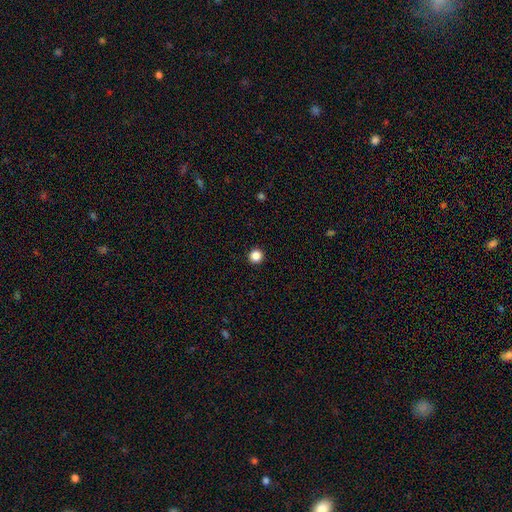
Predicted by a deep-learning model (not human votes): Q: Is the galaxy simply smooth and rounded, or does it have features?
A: smooth — 86%.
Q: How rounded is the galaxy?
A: round — 96%.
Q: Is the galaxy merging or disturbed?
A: none — 94%.